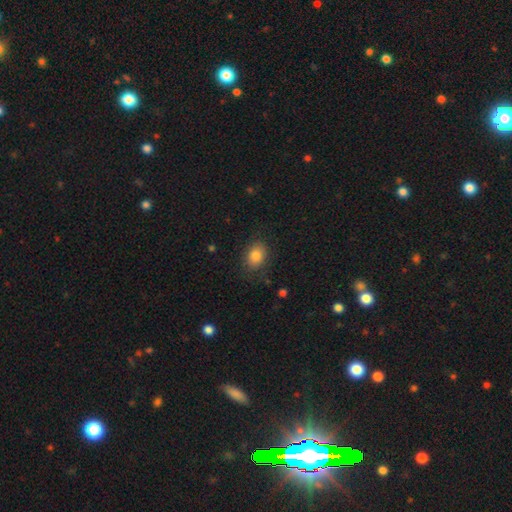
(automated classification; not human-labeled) The model was most divided on "how rounded": in between: 66%, round: 33%, cigar-shaped: 1%. More confident: smooth or featured — smooth (83%); merging — none (80%).